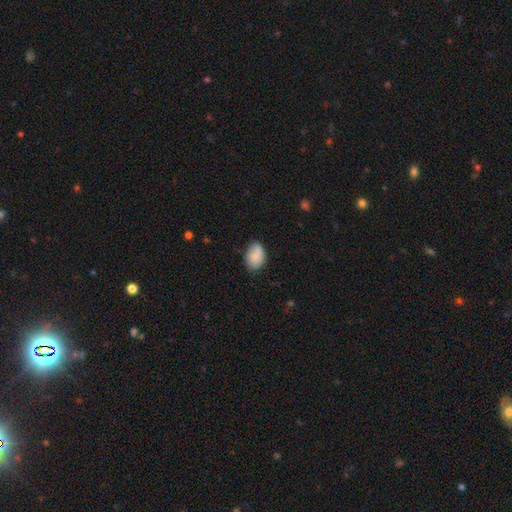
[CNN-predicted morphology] This is clearly a smooth galaxy (82%). How rounded: clearly in between (86%). Merging: likely none (71%).